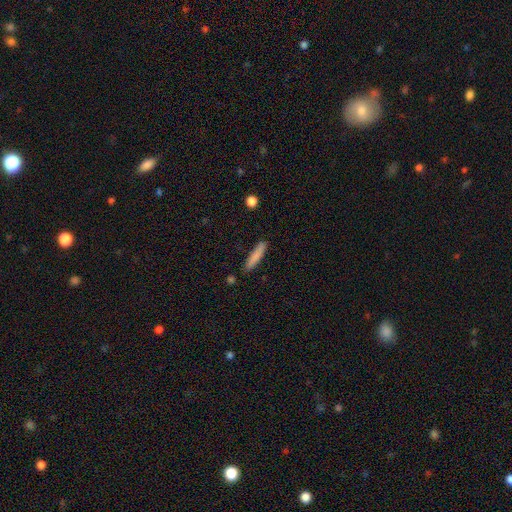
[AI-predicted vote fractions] Q: Smooth or featured?
A: smooth (82%); runner-up: featured or disk (12%)
Q: How rounded?
A: cigar-shaped (90%); runner-up: in between (8%)
Q: Merging?
A: none (85%); runner-up: minor disturbance (10%)